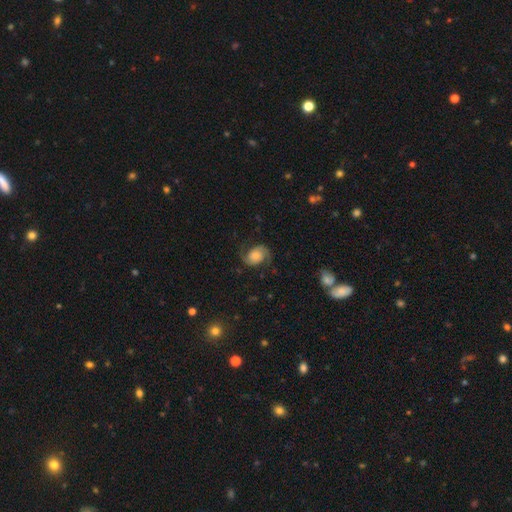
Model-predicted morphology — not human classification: featured or disk 76%, smooth 16%, star or artifact 8%. Down the decision tree: edge-on disk — no (98%); bar — no (70%); spiral arms — yes (96%); spiral arm count — 2 (92%); spiral winding — medium (47%); bulge size — moderate (44%); merging — none (74%).